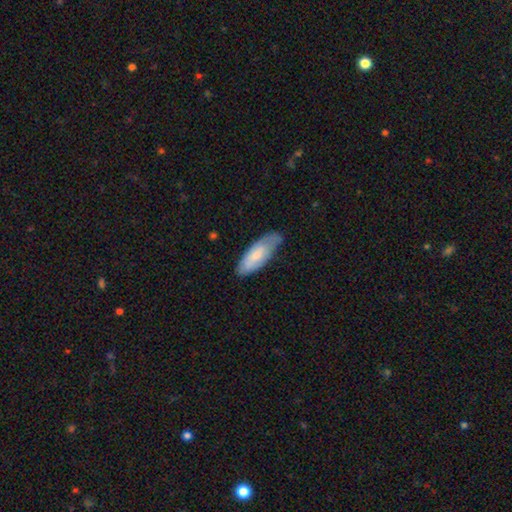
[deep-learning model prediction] This is likely a smooth galaxy (68%). How rounded: likely in between (69%). Merging: likely none (64%).